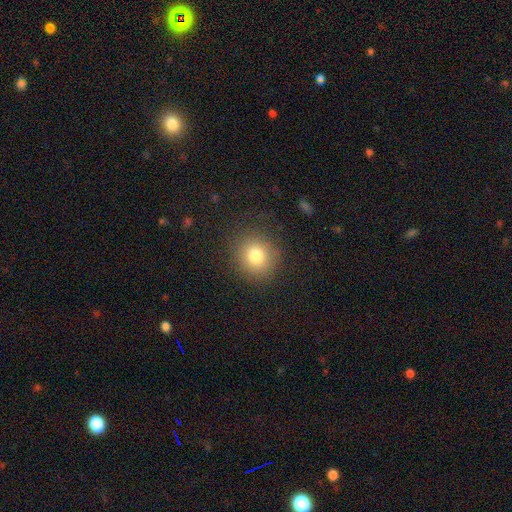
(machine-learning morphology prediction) The model was most divided on "smooth or featured": smooth: 78%, star or artifact: 13%, featured or disk: 9%. More confident: how rounded — round (87%); merging — none (85%).